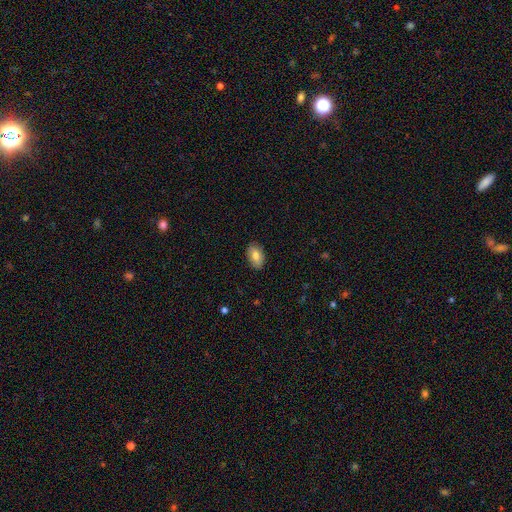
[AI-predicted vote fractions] Overall: smooth (78%). How rounded: in between (92%). Merging: none (88%).